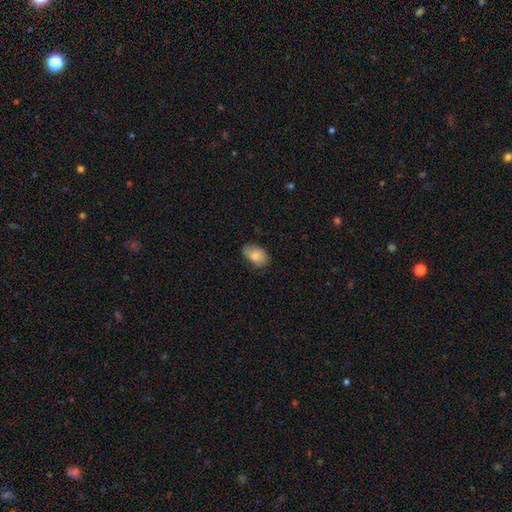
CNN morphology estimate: smooth_or_featured: smooth (p=0.81) [alt: featured or disk p=0.12]
how_rounded: in between (p=0.83) [alt: round p=0.16]
merging: none (p=0.59) [alt: minor disturbance p=0.32]